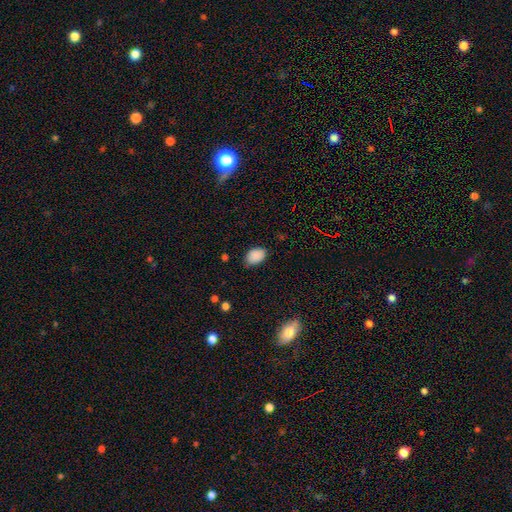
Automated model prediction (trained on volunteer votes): smooth 88%, star or artifact 8%, featured or disk 3%. Down the decision tree: how rounded — in between (84%); merging — none (79%).